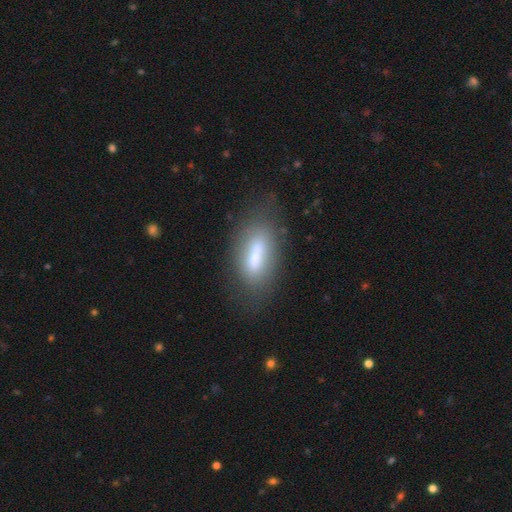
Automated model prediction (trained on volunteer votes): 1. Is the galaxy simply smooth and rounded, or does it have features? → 62% smooth, 28% featured or disk, 10% star or artifact.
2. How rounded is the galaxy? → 71% in between, 25% cigar-shaped, 3% round.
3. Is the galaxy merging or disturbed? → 61% none, 20% minor disturbance, 10% major disturbance, 9% merger.